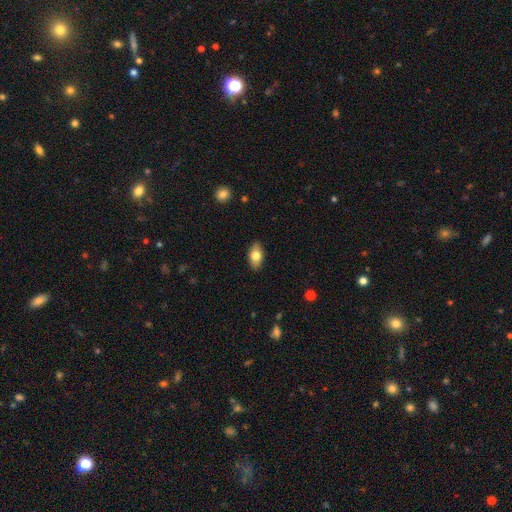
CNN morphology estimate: Q: Smooth or featured?
A: smooth (77%); runner-up: featured or disk (16%)
Q: How rounded?
A: in between (90%); runner-up: round (5%)
Q: Merging?
A: none (88%); runner-up: minor disturbance (9%)